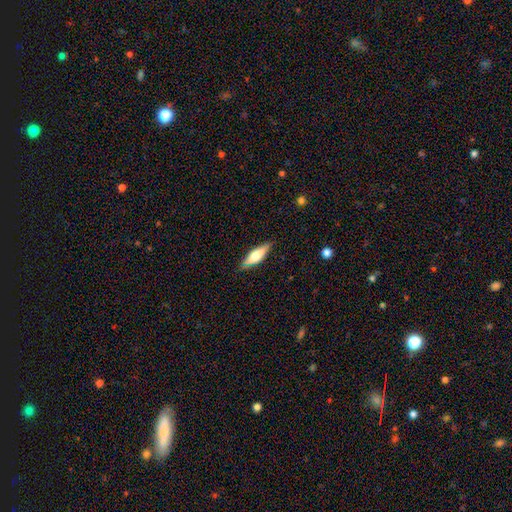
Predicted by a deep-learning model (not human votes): Morphology: type=smooth (50%); merging=none (87%).